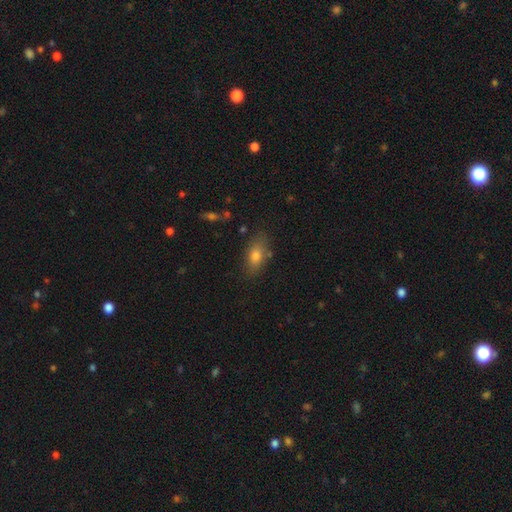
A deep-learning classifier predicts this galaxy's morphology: Smooth or featured?
  - smooth: 77% *
  - featured or disk: 13%
  - star or artifact: 10%
How rounded?
  - in between: 84% *
  - cigar-shaped: 8%
  - round: 8%
Merging?
  - none: 78% *
  - minor disturbance: 15%
  - merger: 4%
  - major disturbance: 4%